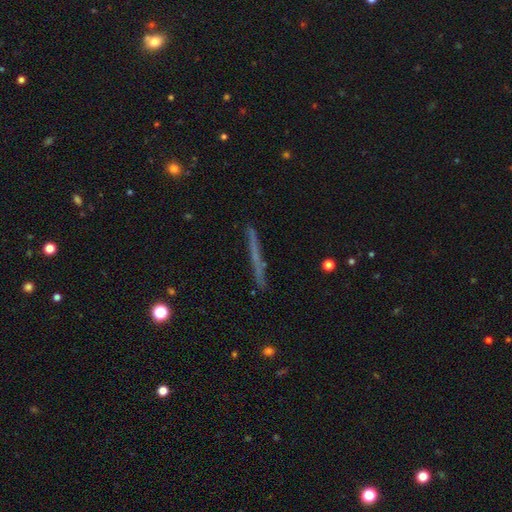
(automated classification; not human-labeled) Smooth or featured: featured or disk — 46% (smooth — 42%)
Merging: none — 86% (minor disturbance — 10%)